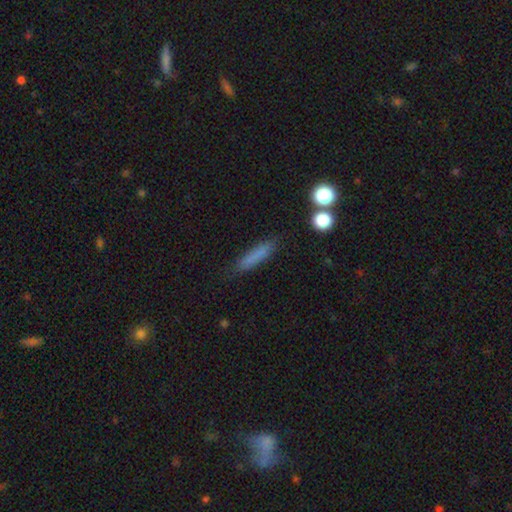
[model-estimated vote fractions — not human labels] smooth-or-featured: smooth: 77% | featured or disk: 14% | star or artifact: 9%
  how-rounded: cigar-shaped: 86% | in between: 11% | round: 3%
  merging: none: 83% | minor disturbance: 11% | major disturbance: 3% | merger: 3%